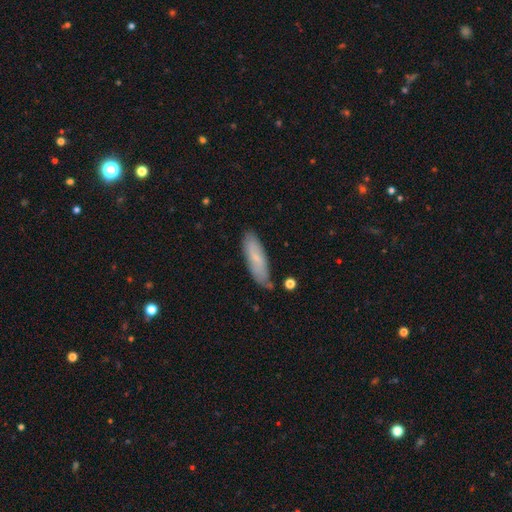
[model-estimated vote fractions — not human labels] This is likely a smooth galaxy (69%). How rounded: possibly cigar-shaped (55%). Merging: likely none (74%).